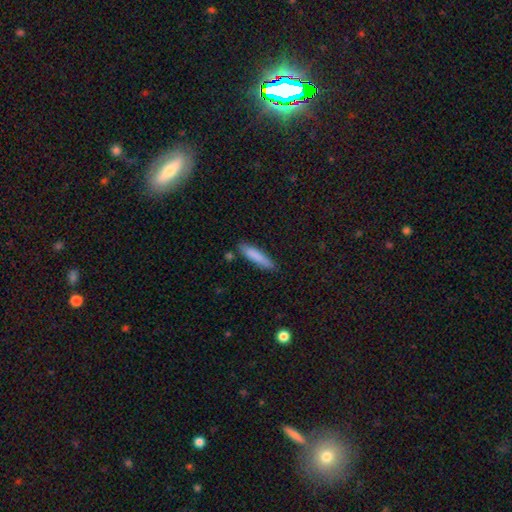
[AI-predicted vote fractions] Smooth or featured? smooth (83%)
How rounded? cigar-shaped (85%)
Merging? none (83%)